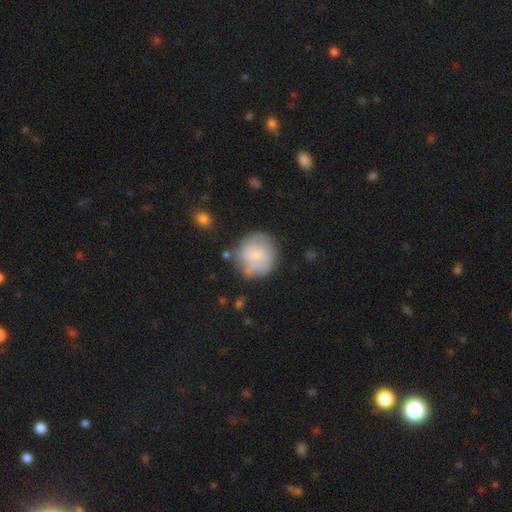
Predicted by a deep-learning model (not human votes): smooth-or-featured: smooth: 59% | featured or disk: 34% | star or artifact: 7%
  how-rounded: round: 86% | in between: 13% | cigar-shaped: 1%
  merging: none: 62% | minor disturbance: 22% | major disturbance: 9% | merger: 7%